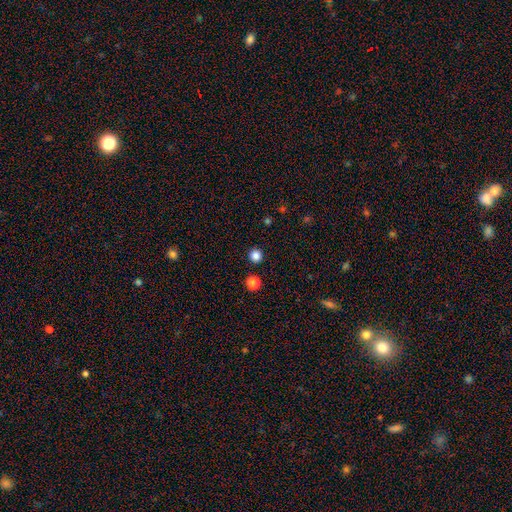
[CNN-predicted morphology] smooth-or-featured: smooth: 84% | star or artifact: 13% | featured or disk: 3%
  how-rounded: round: 95% | in between: 4% | cigar-shaped: 1%
  merging: none: 93% | minor disturbance: 4% | merger: 2% | major disturbance: 2%